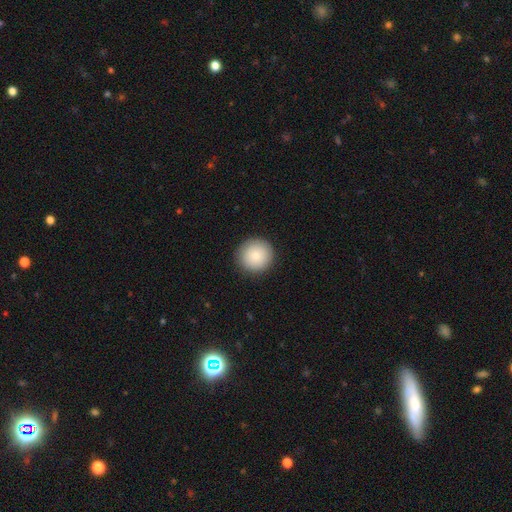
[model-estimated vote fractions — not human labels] Overall: smooth (86%). How rounded: round (95%). Merging: none (91%).